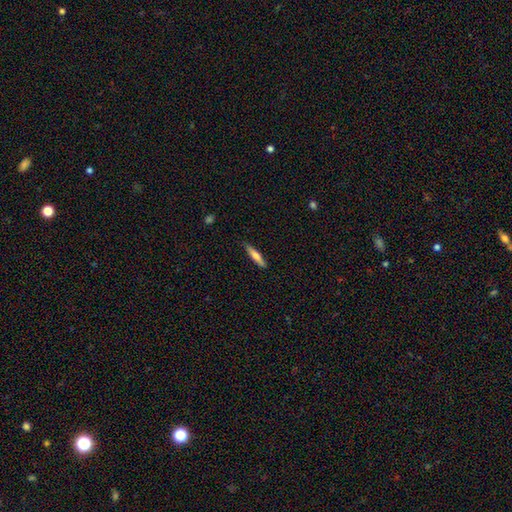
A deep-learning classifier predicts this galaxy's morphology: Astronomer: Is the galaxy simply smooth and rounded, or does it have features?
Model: smooth — 63%.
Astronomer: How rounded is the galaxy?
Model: cigar-shaped — 86%.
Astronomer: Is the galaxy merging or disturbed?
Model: none — 86%.